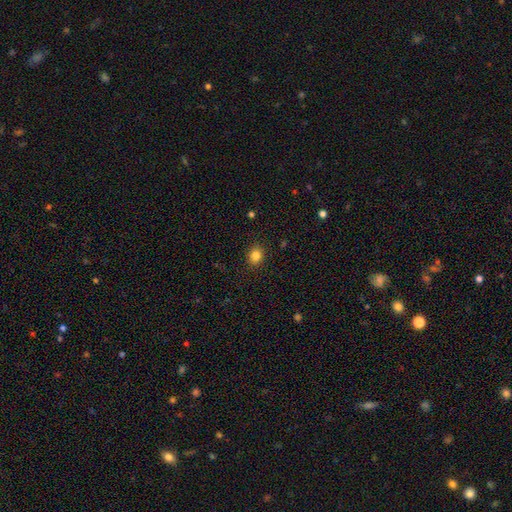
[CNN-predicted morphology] A smooth galaxy with no disk features (83%) that is round (65%).

Vote fractions:
- Smooth or featured? smooth: 83% / star or artifact: 11% / featured or disk: 5%
- How rounded? round: 65% / in between: 34% / cigar-shaped: 1%
- Merging? none: 90% / minor disturbance: 7% / major disturbance: 2% / merger: 1%